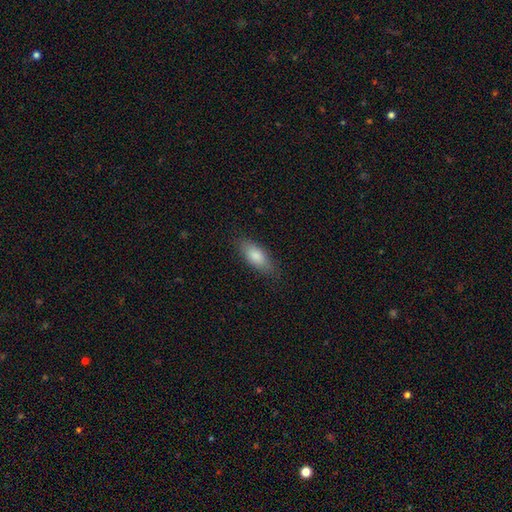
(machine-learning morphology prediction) A smooth galaxy with no disk features (83%) that is in between round and cigar-shaped (81%). Merging: none (82%).